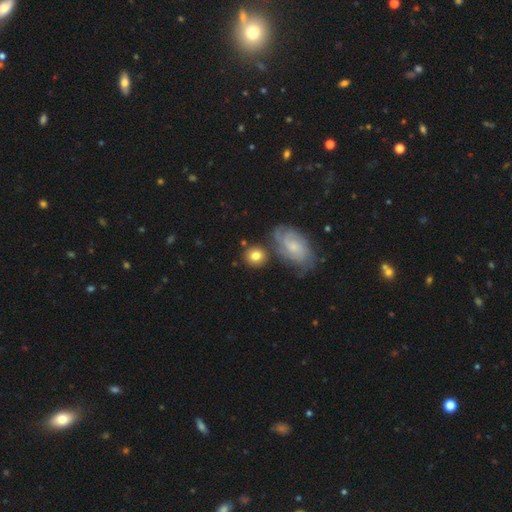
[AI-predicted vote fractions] smooth 69%, featured or disk 24%, star or artifact 7%. Down the decision tree: how rounded — round (79%); merging — none (72%).